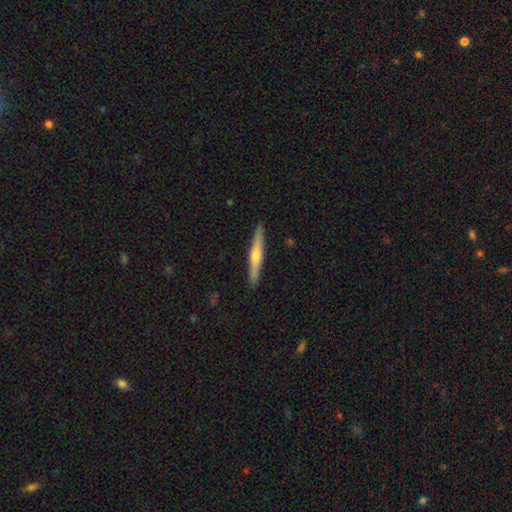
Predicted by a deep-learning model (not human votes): smooth-or-featured: featured or disk: 57% | smooth: 37% | star or artifact: 6%
  disk-edge-on: yes: 97% | no: 3%
    edge-on-bulge: rounded: 81% | none: 14% | boxy: 4%
  merging: none: 91% | minor disturbance: 6% | major disturbance: 1% | merger: 1%